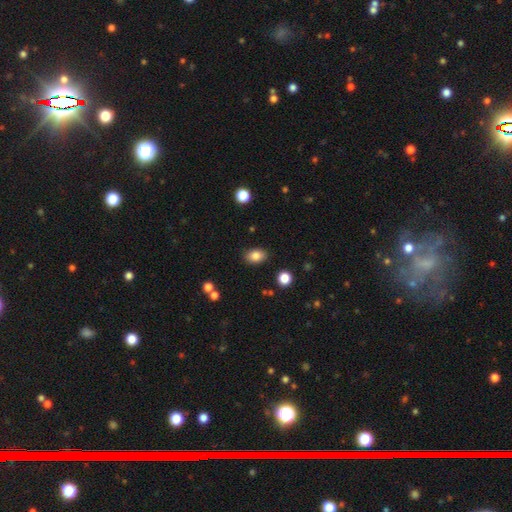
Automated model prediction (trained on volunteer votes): Q: Smooth or featured?
A: smooth (84%); runner-up: star or artifact (9%)
Q: How rounded?
A: in between (80%); runner-up: round (18%)
Q: Merging?
A: none (86%); runner-up: minor disturbance (9%)